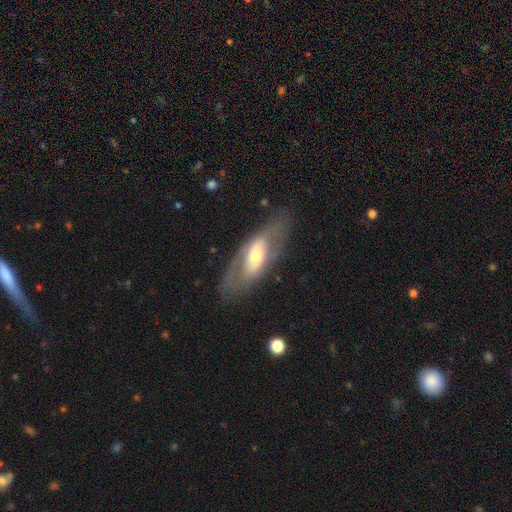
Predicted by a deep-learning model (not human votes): Overall: featured or disk (60%; smooth 34%). Edge-on disk: no (78%). Merging: none (73%).